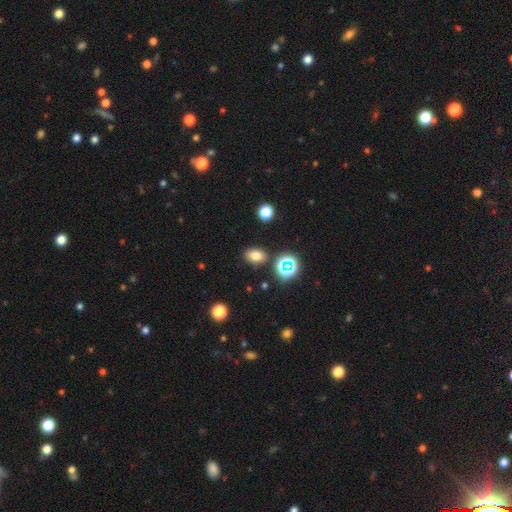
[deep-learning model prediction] Smooth or featured?
  - smooth: 75% *
  - star or artifact: 18%
  - featured or disk: 7%
How rounded?
  - in between: 70% *
  - round: 28%
  - cigar-shaped: 1%
Merging?
  - none: 83% *
  - minor disturbance: 10%
  - merger: 4%
  - major disturbance: 3%